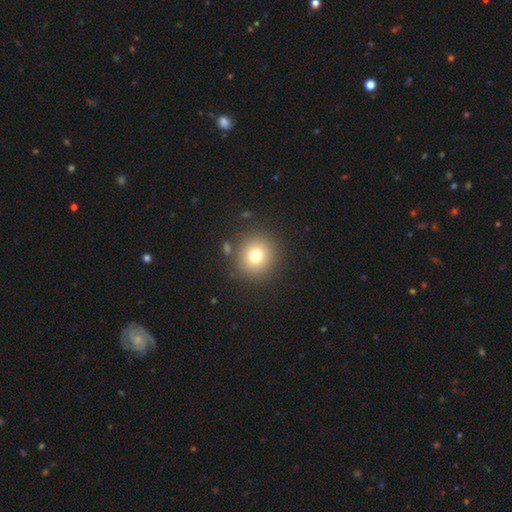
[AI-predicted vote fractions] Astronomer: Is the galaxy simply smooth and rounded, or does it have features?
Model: smooth — 75%.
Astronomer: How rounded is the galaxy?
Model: round — 92%.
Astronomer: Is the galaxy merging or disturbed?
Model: none — 87%.